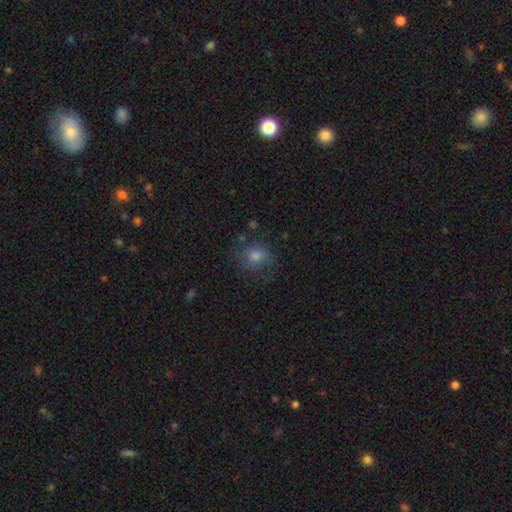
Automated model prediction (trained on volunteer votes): smooth 73%, star or artifact 16%, featured or disk 11%. Down the decision tree: how rounded — round (71%); merging — none (71%).